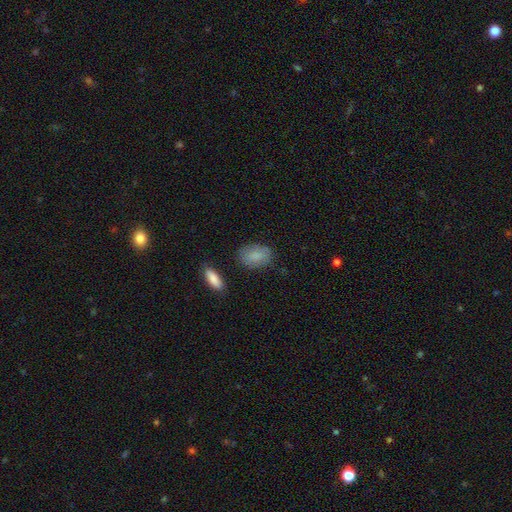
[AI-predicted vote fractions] Overall: smooth (86%). How rounded: in between (88%). Merging: none (80%).